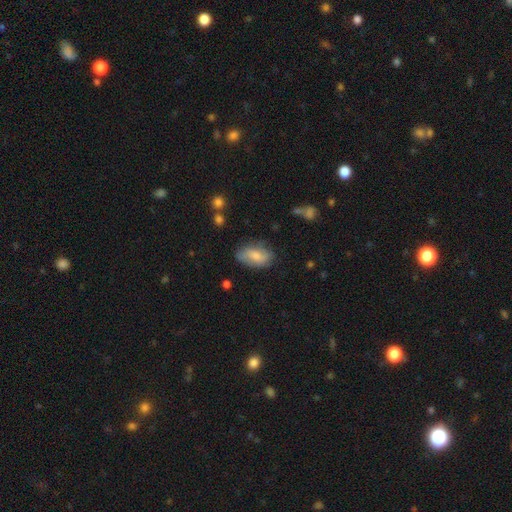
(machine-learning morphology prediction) The model was most divided on "merging": none: 65%, minor disturbance: 25%, major disturbance: 7%, merger: 2%. More confident: how rounded — in between (91%); smooth or featured — smooth (72%).